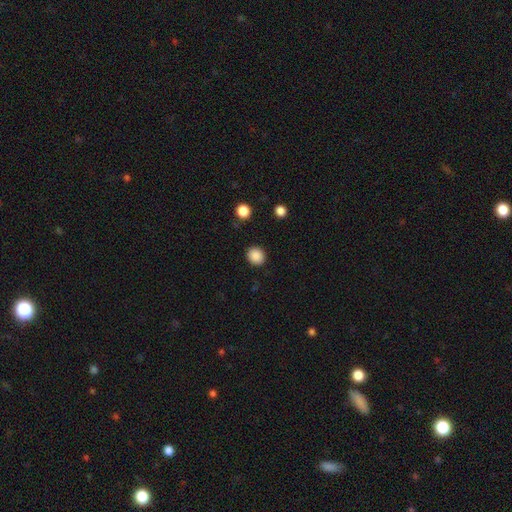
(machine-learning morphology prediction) Q: Smooth or featured?
A: smooth (88%); runner-up: star or artifact (9%)
Q: How rounded?
A: round (80%); runner-up: in between (19%)
Q: Merging?
A: none (90%); runner-up: minor disturbance (6%)